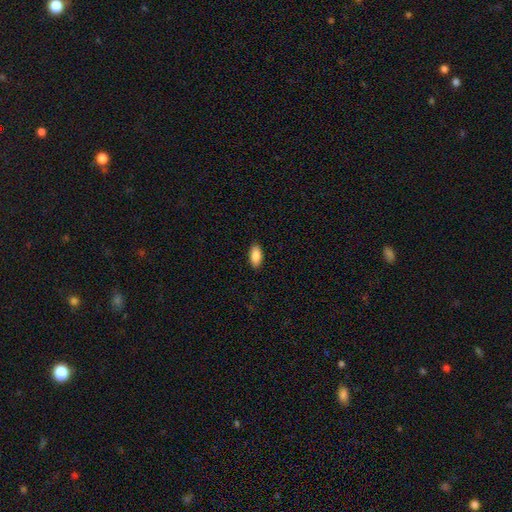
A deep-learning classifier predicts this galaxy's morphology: Smooth or featured: smooth — 86% (featured or disk — 7%)
How rounded: in between — 92% (cigar-shaped — 6%)
Merging: none — 90% (minor disturbance — 8%)